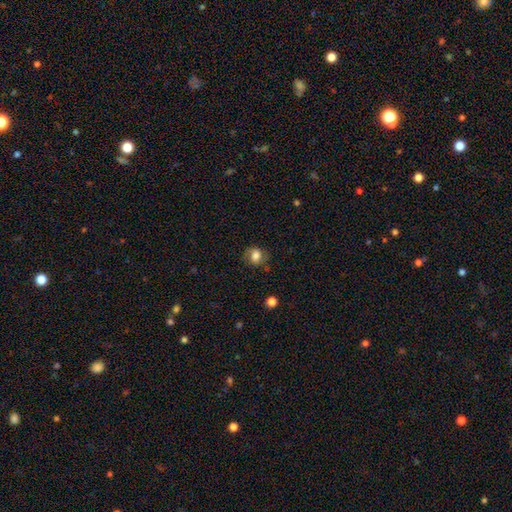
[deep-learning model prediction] A smooth galaxy with no disk features (72%) that is round (63%). Merging: none (67%).